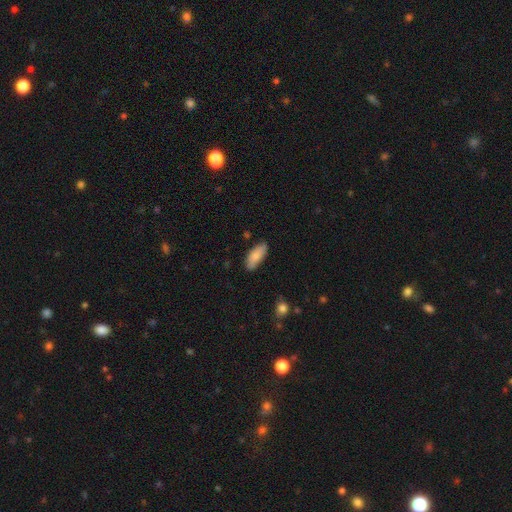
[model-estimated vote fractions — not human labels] Smooth or featured? Predicted: smooth (p=0.80). How rounded? Predicted: in between (p=0.80). Merging? Predicted: none (p=0.79).